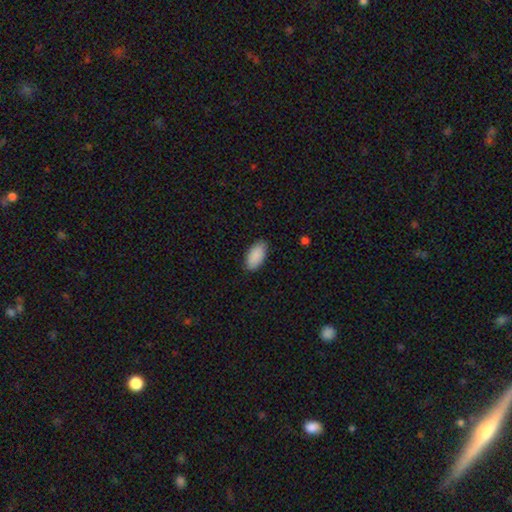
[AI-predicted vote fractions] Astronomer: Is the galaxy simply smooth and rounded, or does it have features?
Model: smooth — 90%.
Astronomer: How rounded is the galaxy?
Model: in between — 95%.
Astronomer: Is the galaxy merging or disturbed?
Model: none — 85%.